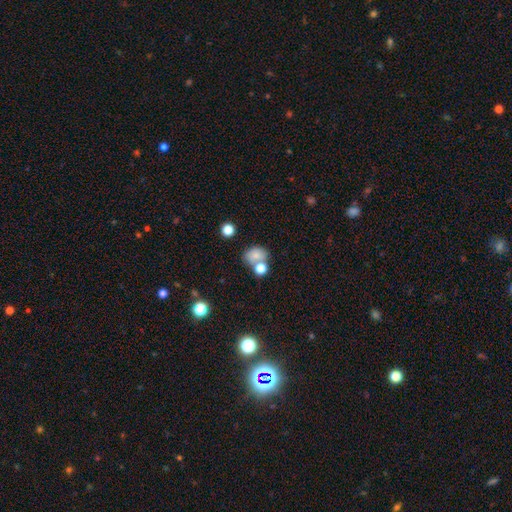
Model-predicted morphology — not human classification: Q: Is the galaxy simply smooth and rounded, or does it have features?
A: smooth — 77%.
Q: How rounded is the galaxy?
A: in between — 51%.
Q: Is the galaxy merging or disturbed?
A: none — 46%.